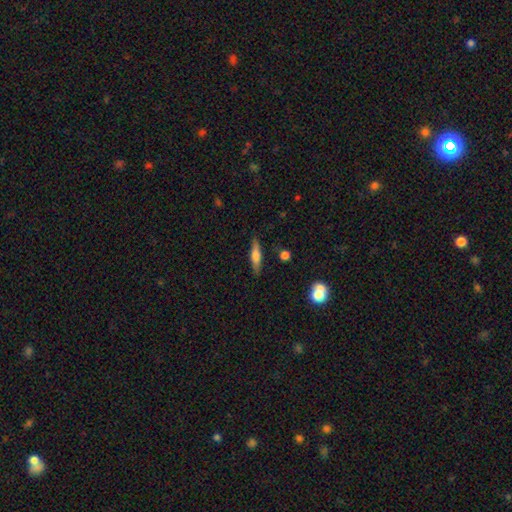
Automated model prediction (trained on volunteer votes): Smooth or featured: smooth — 53% (featured or disk — 40%)
How rounded: cigar-shaped — 78% (in between — 20%)
Merging: none — 86% (minor disturbance — 10%)